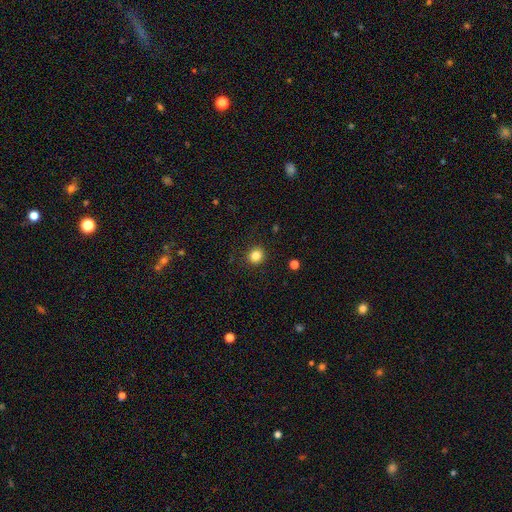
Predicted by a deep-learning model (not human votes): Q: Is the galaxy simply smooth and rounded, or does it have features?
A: smooth — 84%.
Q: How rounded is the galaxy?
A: round — 85%.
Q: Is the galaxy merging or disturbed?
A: none — 91%.